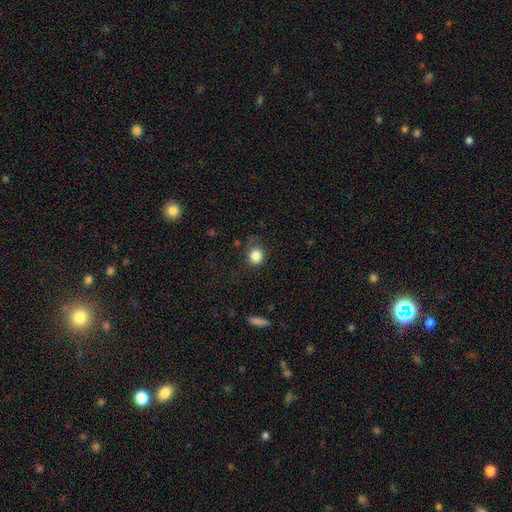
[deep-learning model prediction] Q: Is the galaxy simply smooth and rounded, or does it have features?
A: smooth — 84%.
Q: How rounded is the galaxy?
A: round — 77%.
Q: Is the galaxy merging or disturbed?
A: none — 67%.